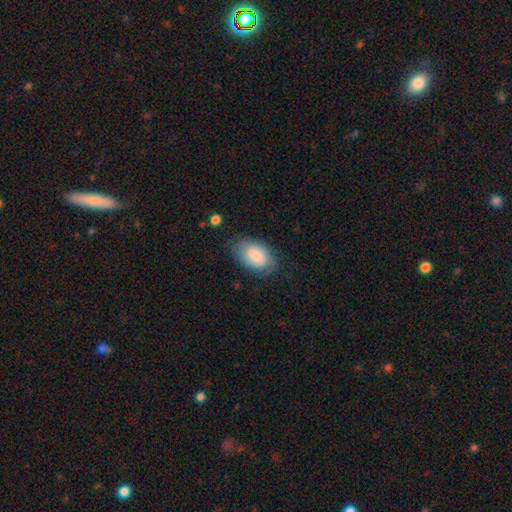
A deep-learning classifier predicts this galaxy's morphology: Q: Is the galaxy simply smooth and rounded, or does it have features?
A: smooth — 83%.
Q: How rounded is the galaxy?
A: in between — 92%.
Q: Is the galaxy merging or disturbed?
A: none — 75%.